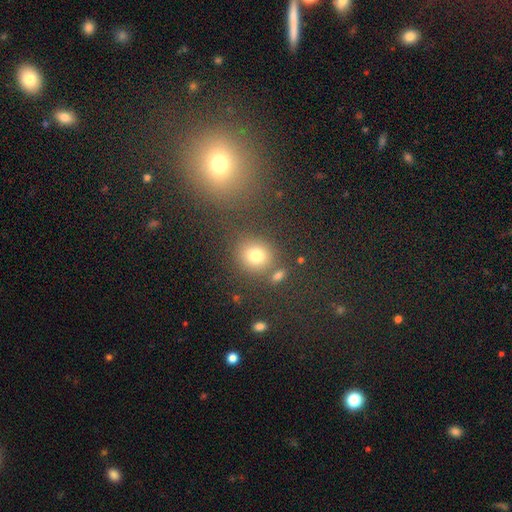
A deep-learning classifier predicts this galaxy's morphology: Q: Smooth or featured?
A: smooth (77%); runner-up: star or artifact (15%)
Q: How rounded?
A: round (79%); runner-up: in between (20%)
Q: Merging?
A: none (70%); runner-up: merger (13%)